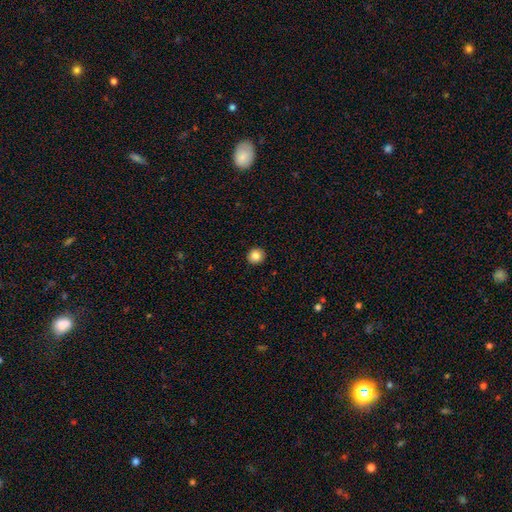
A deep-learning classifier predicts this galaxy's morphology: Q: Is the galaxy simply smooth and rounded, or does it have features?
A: smooth — 85%.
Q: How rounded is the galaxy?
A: round — 92%.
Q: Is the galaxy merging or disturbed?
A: none — 93%.